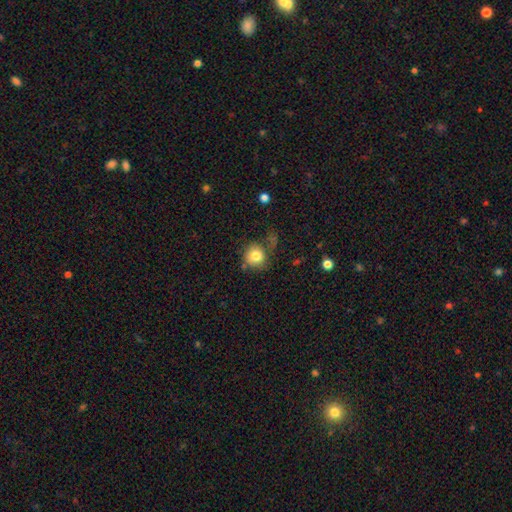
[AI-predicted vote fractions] Morphology: type=smooth (81%); roundness=round (87%); merging=none (62%).